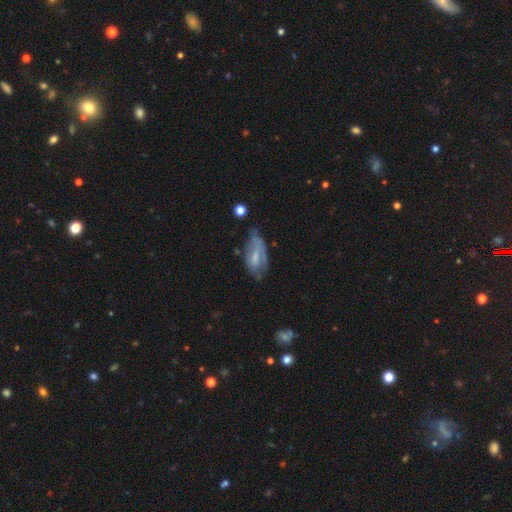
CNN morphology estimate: A featured or disk galaxy (50%). Merging: none (44%).